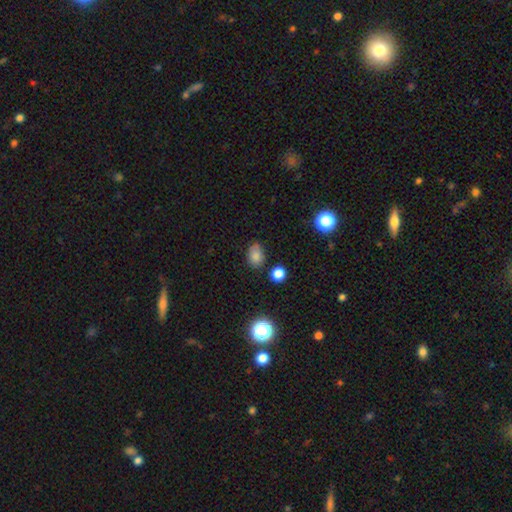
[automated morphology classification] type=smooth (79%); roundness=in between (72%); merging=none (69%).